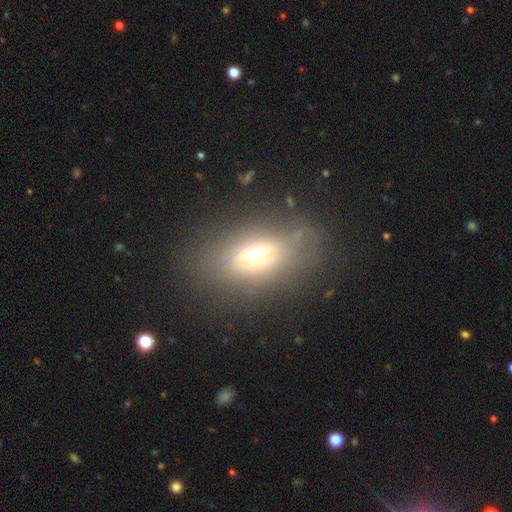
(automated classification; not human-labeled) Smooth or featured? Predicted: featured or disk (p=0.47). Merging? Predicted: none (p=0.65).